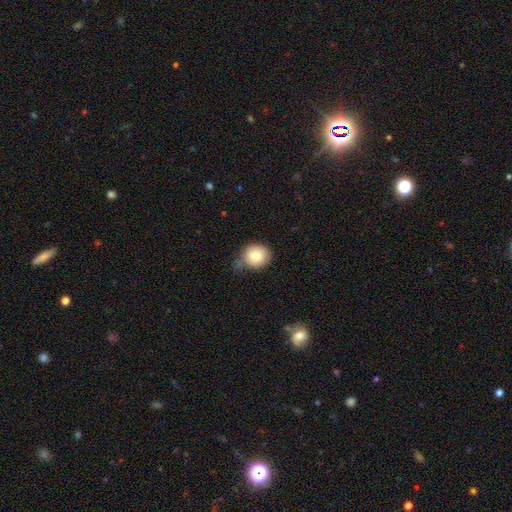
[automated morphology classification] Smooth or featured? Predicted: smooth (p=0.82). How rounded? Predicted: round (p=0.75). Merging? Predicted: none (p=0.51).